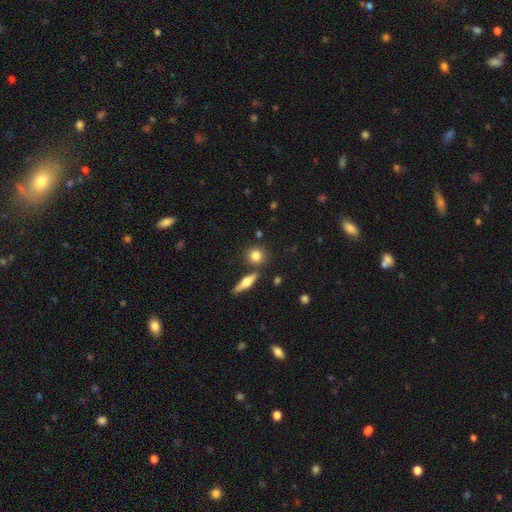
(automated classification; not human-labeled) This appears to be a smooth galaxy with no disk features (78%) that is round (77%). Merging: none (77%).